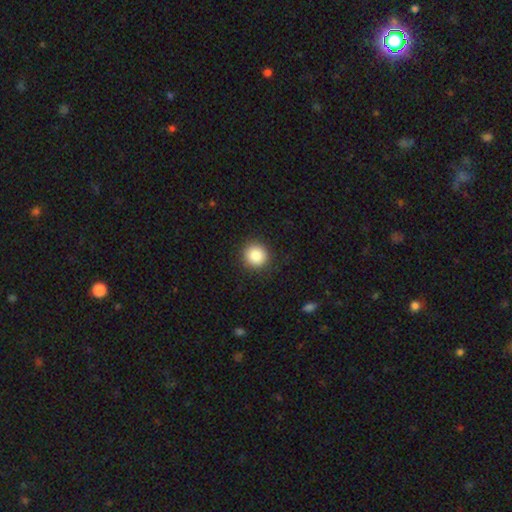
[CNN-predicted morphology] Smooth or featured: smooth — 87% (star or artifact — 9%)
How rounded: round — 94% (in between — 5%)
Merging: none — 91% (minor disturbance — 6%)